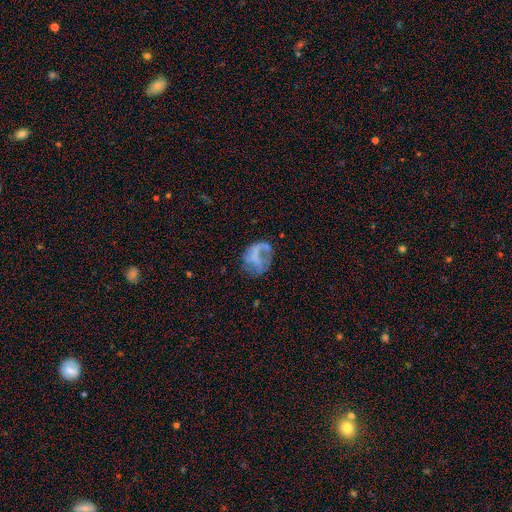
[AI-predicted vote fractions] Morphology: type=featured or disk (49%); merging=none (40%).